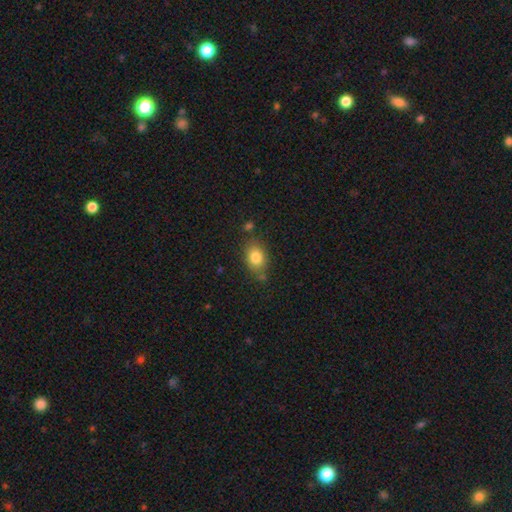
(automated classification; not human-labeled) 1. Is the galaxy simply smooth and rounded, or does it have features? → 80% smooth, 11% star or artifact, 9% featured or disk.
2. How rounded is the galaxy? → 71% in between, 27% round, 2% cigar-shaped.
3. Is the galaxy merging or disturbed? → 75% none, 15% minor disturbance, 7% merger, 3% major disturbance.